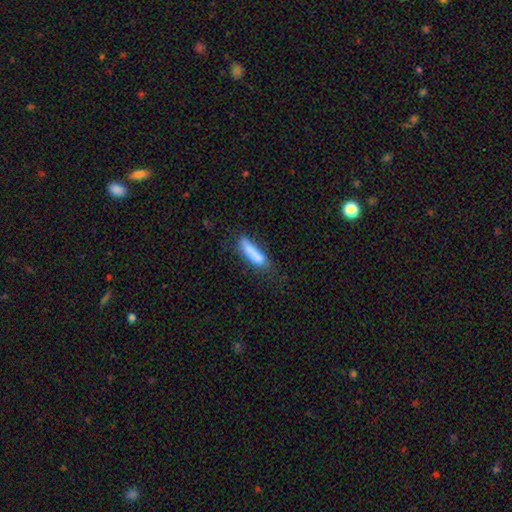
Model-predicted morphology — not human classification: A smooth galaxy with no disk features (80%) that is cigar-shaped (78%).

Vote fractions:
- Smooth or featured? smooth: 80% / featured or disk: 12% / star or artifact: 7%
- How rounded? cigar-shaped: 78% / in between: 20% / round: 2%
- Merging? none: 60% / minor disturbance: 25% / major disturbance: 10% / merger: 4%